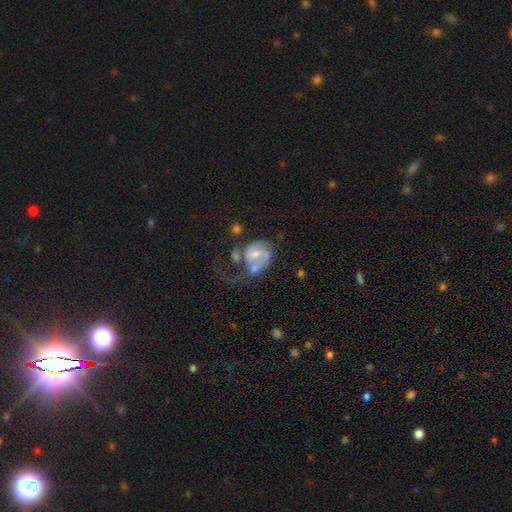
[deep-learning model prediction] Smooth or featured: featured or disk — 59% (smooth — 33%)
Edge-on disk: no — 97% (yes — 3%)
Bar: no — 67% (weak — 27%)
Spiral arms: yes — 61% (no — 39%)
Bulge size: moderate — 49% (small — 38%)
Merging: major disturbance — 38% (merger — 31%)